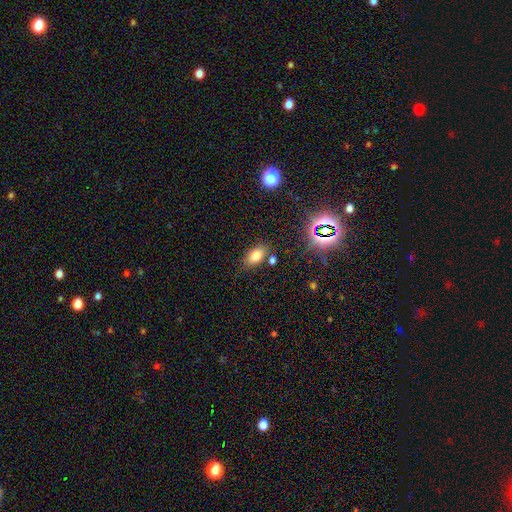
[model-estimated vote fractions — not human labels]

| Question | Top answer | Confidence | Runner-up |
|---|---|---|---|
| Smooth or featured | smooth | 74% | star or artifact (16%) |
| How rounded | in between | 88% | round (9%) |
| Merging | none | 77% | minor disturbance (13%) |